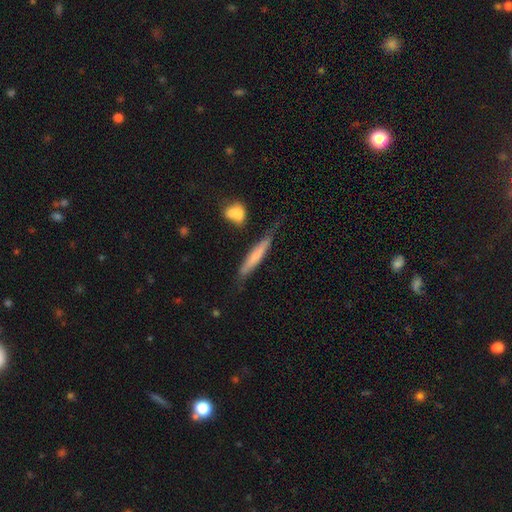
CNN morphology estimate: Smooth or featured: smooth — 59% (featured or disk — 35%)
How rounded: cigar-shaped — 92% (in between — 7%)
Merging: none — 67% (minor disturbance — 21%)